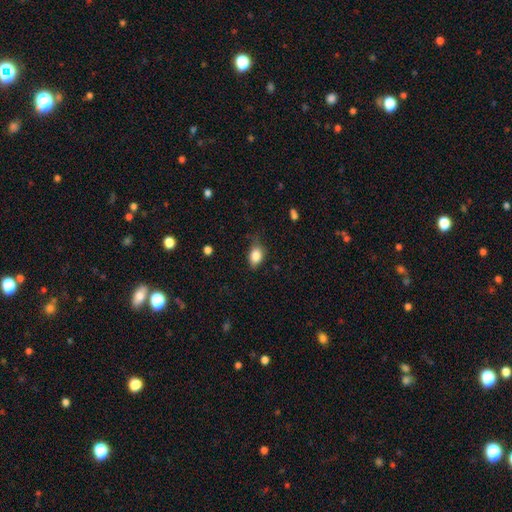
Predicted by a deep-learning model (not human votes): A smooth galaxy with no disk features (84%) that is in between round and cigar-shaped (78%). Merging: none (64%).